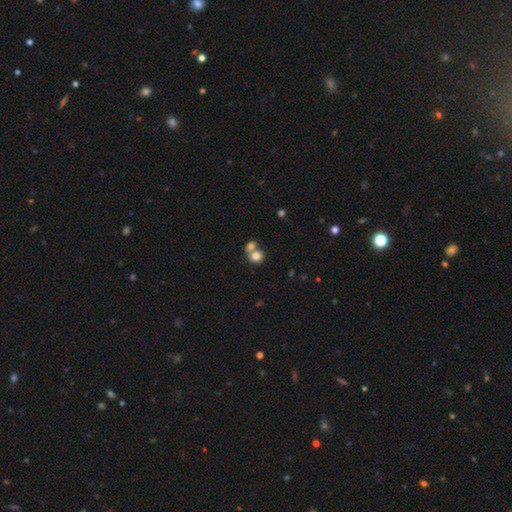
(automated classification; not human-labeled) Smooth or featured?
  - smooth: 80% *
  - star or artifact: 10%
  - featured or disk: 10%
How rounded?
  - round: 73% *
  - in between: 26%
  - cigar-shaped: 1%
Merging?
  - merger: 52% *
  - none: 37%
  - minor disturbance: 7%
  - major disturbance: 4%